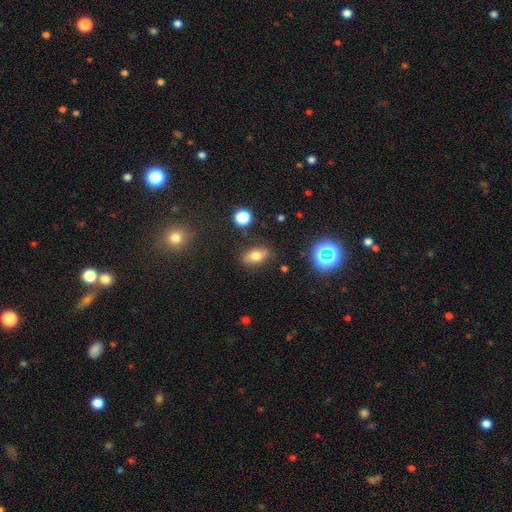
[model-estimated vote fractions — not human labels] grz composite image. It shows a smooth galaxy with no disk features (71%) that is in between round and cigar-shaped (84%). Merging: none (83%).